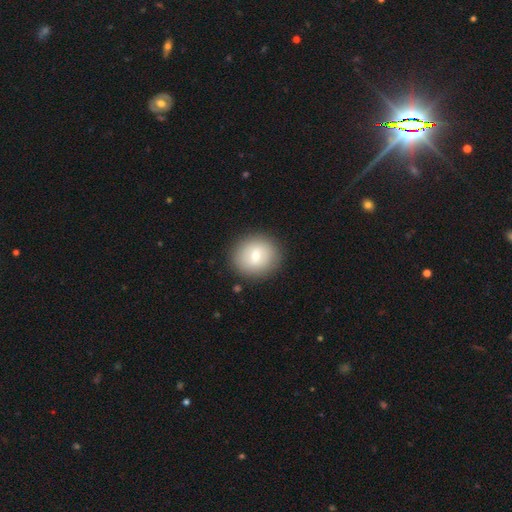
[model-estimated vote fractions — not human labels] A smooth galaxy with no disk features (73%) that is round (85%).

Vote fractions:
- Smooth or featured? smooth: 73% / featured or disk: 19% / star or artifact: 8%
- How rounded? round: 85% / in between: 14% / cigar-shaped: 1%
- Merging? none: 88% / minor disturbance: 8% / major disturbance: 3% / merger: 2%